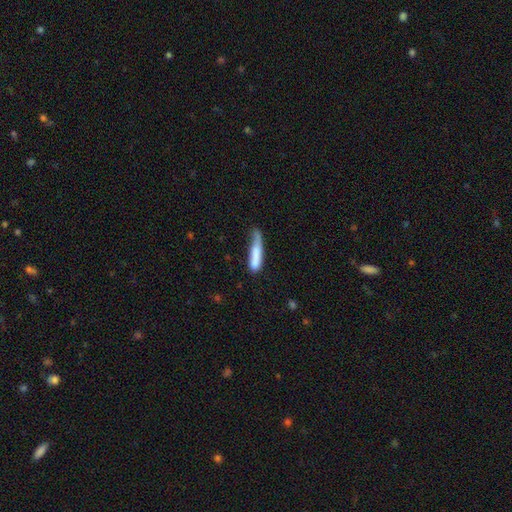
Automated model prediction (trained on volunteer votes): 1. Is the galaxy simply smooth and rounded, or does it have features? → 77% smooth, 17% featured or disk, 6% star or artifact.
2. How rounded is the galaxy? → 85% cigar-shaped, 13% in between, 2% round.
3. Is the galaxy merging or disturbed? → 41% none, 36% minor disturbance, 17% major disturbance, 6% merger.